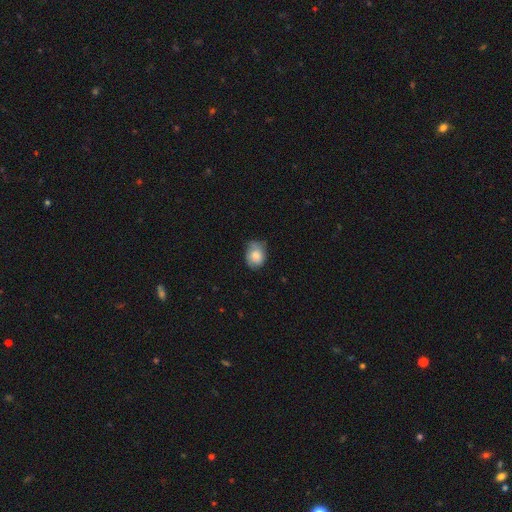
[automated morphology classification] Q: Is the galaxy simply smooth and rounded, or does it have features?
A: smooth — 78%.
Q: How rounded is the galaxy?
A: in between — 58%.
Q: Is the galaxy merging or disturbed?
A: none — 50%.